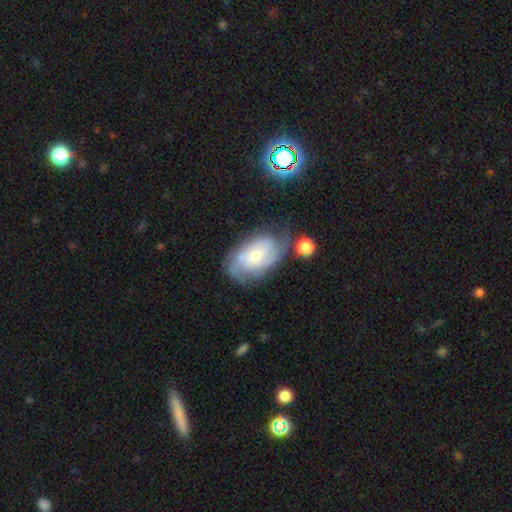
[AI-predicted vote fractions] Q: Smooth or featured?
A: featured or disk (73%); runner-up: smooth (21%)
Q: Edge-on disk?
A: no (96%); runner-up: yes (4%)
Q: Bar?
A: no (62%); runner-up: weak (32%)
Q: Spiral arms?
A: yes (89%); runner-up: no (11%)
Q: Spiral winding?
A: tight (49%); runner-up: medium (38%)
Q: Spiral arm count?
A: can't tell (39%); runner-up: 2 (30%)
Q: Bulge size?
A: small (48%); runner-up: moderate (43%)
Q: Merging?
A: none (53%); runner-up: minor disturbance (25%)